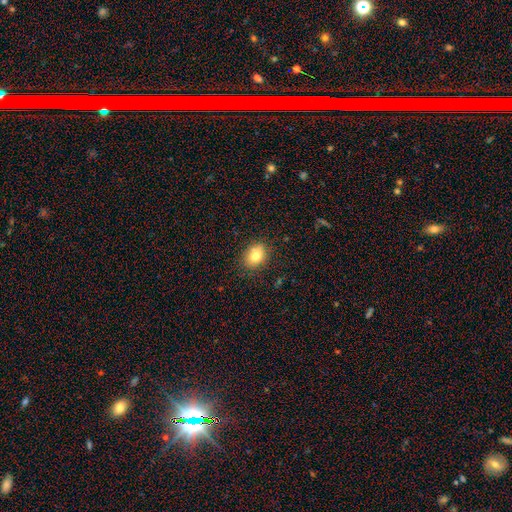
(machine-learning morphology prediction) smooth-or-featured: smooth: 79% | featured or disk: 11% | star or artifact: 10%
  how-rounded: in between: 59% | round: 40% | cigar-shaped: 1%
  merging: none: 85% | minor disturbance: 11% | major disturbance: 3% | merger: 1%